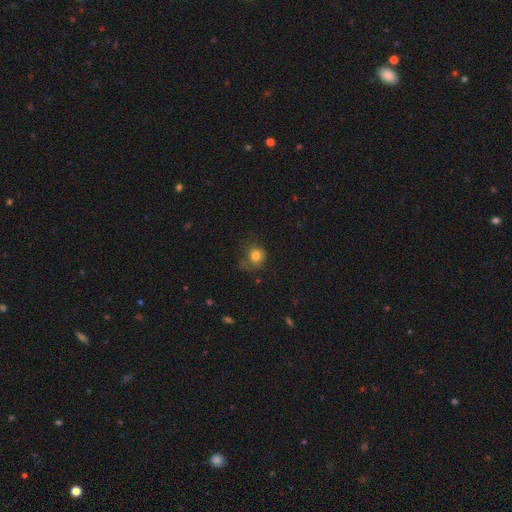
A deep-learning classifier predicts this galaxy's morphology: smooth 79%, star or artifact 12%, featured or disk 9%. Down the decision tree: how rounded — round (77%); merging — none (56%).